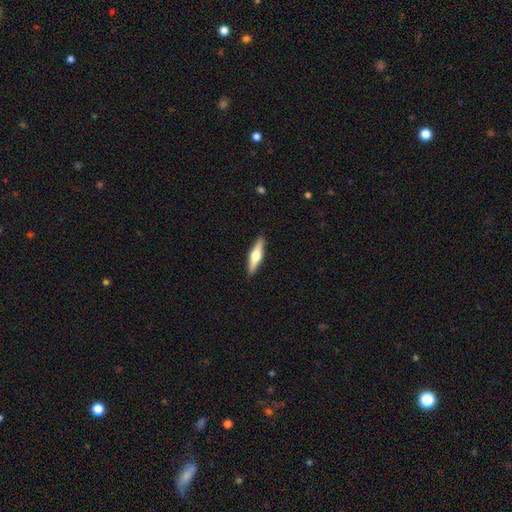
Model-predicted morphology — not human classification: The model was most divided on "smooth or featured": featured or disk: 58%, smooth: 37%, star or artifact: 5%. More confident: edge-on disk — yes (96%); edge-on bulge — rounded (94%); merging — none (91%).